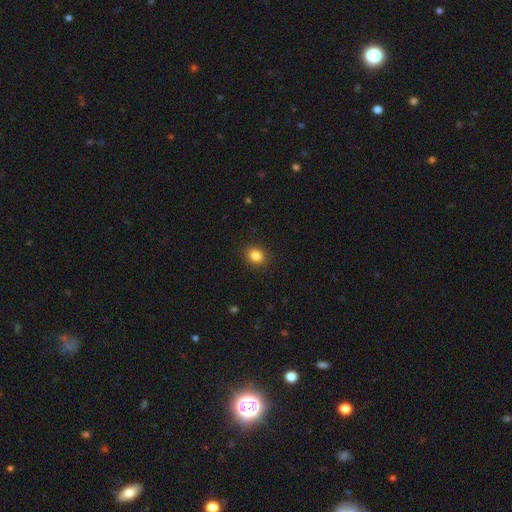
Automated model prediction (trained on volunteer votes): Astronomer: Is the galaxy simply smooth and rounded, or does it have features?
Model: smooth — 84%.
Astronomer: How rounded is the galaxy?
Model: round — 61% (runner-up: in between, 38%).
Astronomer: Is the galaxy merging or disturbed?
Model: none — 90%.